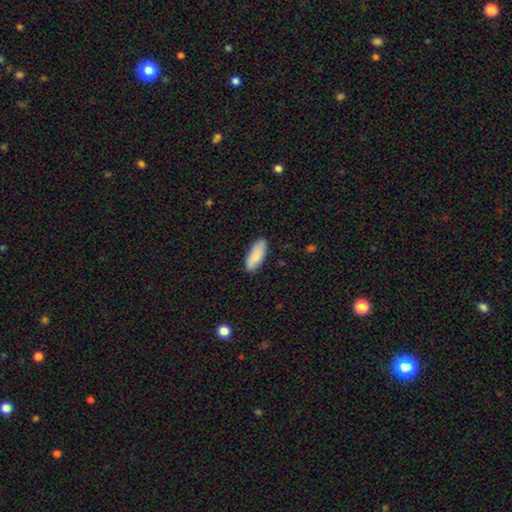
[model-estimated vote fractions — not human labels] A smooth galaxy with no disk features (86%) that is in between round and cigar-shaped (74%). Merging: none (86%).